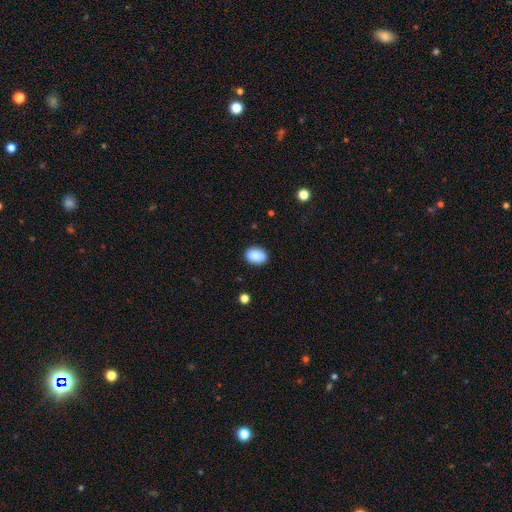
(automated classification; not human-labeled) A smooth galaxy with no disk features (89%) that is in between round and cigar-shaped (82%). Merging: none (86%).